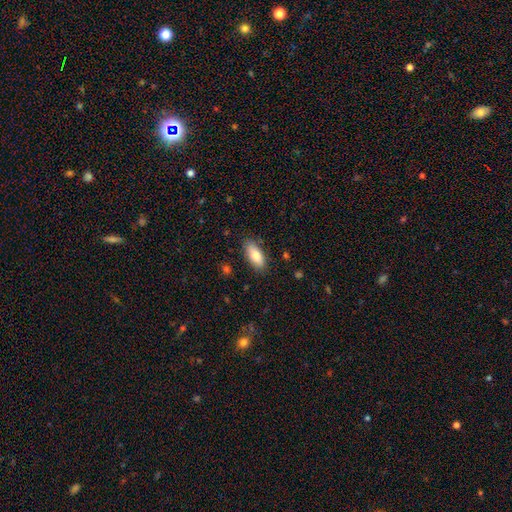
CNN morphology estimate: This is likely a smooth galaxy (79%). How rounded: clearly in between (85%). Merging: clearly none (84%).